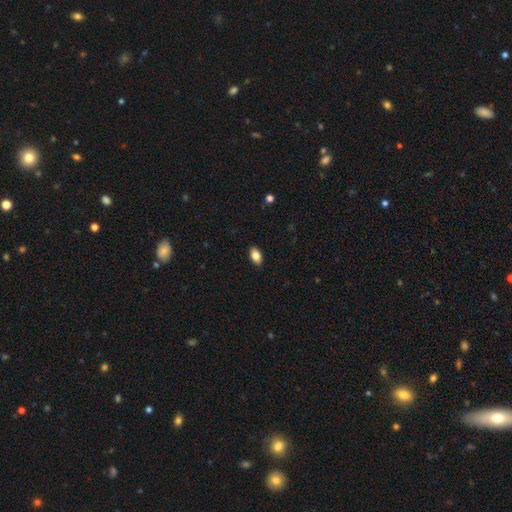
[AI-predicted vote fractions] Q: Smooth or featured?
A: smooth (83%); runner-up: featured or disk (10%)
Q: How rounded?
A: in between (92%); runner-up: round (6%)
Q: Merging?
A: none (89%); runner-up: minor disturbance (9%)